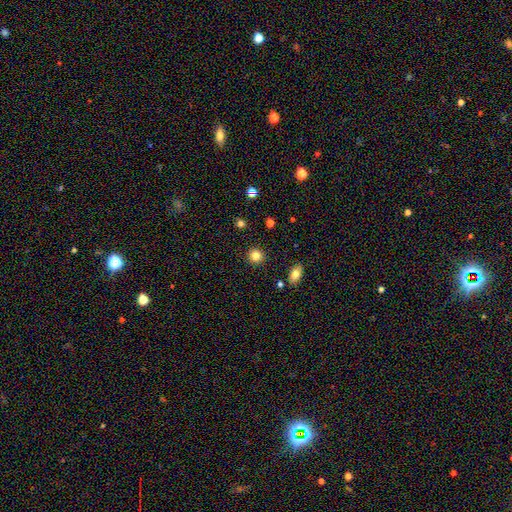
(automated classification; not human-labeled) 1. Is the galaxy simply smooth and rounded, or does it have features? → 83% smooth, 11% star or artifact, 6% featured or disk.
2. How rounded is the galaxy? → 91% round, 8% in between, 1% cigar-shaped.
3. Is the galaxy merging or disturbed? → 91% none, 5% minor disturbance, 2% major disturbance, 2% merger.